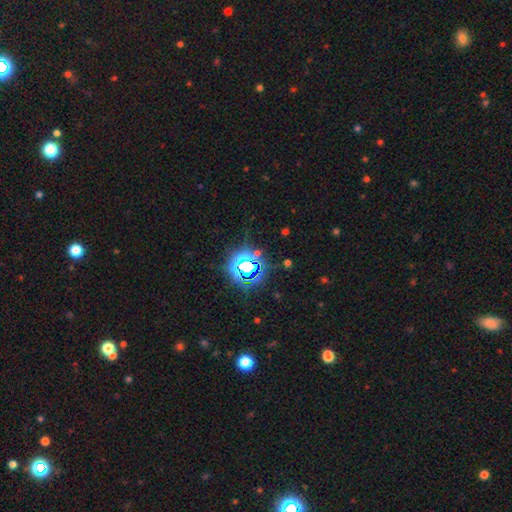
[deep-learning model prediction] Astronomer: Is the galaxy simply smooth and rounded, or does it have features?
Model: star or artifact — 77%.